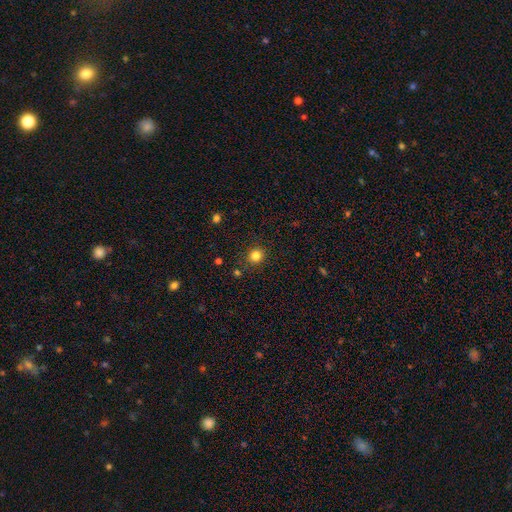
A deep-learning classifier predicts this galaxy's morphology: Smooth or featured? Predicted: smooth (p=0.82). How rounded? Predicted: round (p=0.90). Merging? Predicted: none (p=0.89).